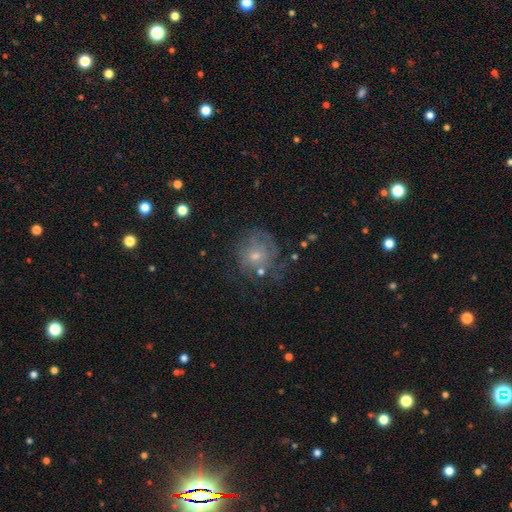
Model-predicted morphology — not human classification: The model was most divided on "bulge size": small: 56%, moderate: 37%, none: 3%, large: 2%, dominant: 1%. More confident: edge-on disk — no (97%); bar — no (79%); spiral arms — yes (67%); merging — none (60%); smooth or featured — featured or disk (52%).